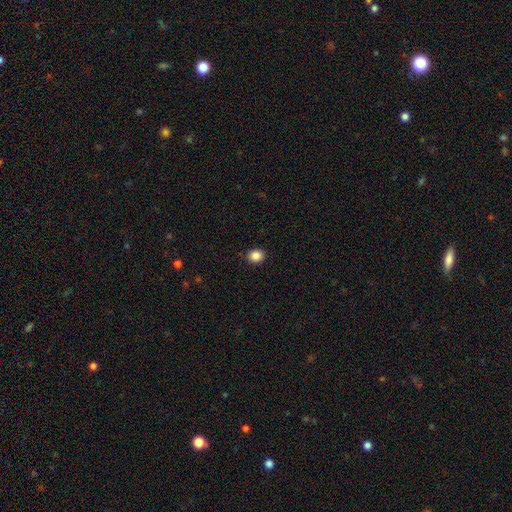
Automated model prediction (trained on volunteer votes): Smooth or featured? Predicted: smooth (p=0.87). How rounded? Predicted: round (p=0.60). Merging? Predicted: none (p=0.90).